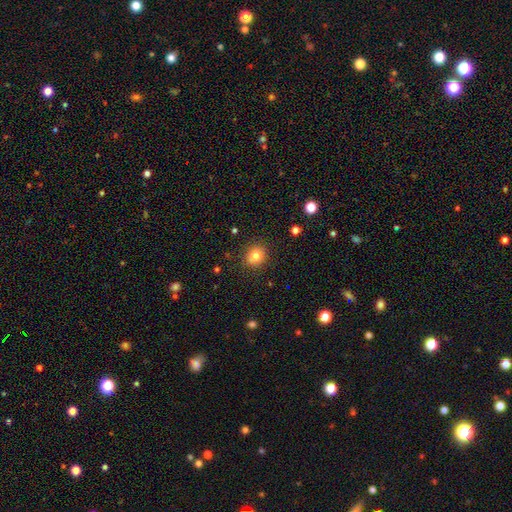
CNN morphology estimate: Smooth or featured?
  - smooth: 80% *
  - star or artifact: 12%
  - featured or disk: 8%
How rounded?
  - round: 83% *
  - in between: 16%
  - cigar-shaped: 1%
Merging?
  - none: 85% *
  - minor disturbance: 10%
  - major disturbance: 3%
  - merger: 2%